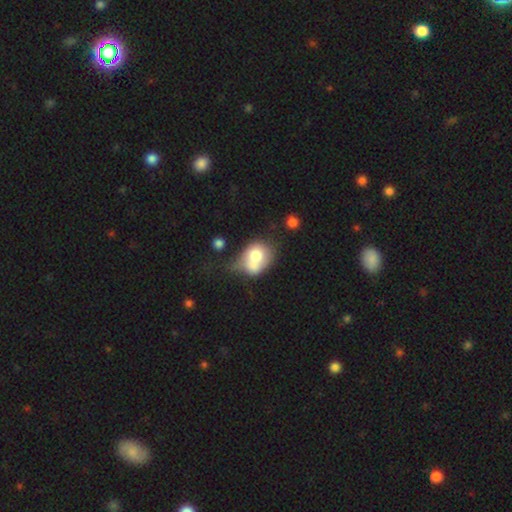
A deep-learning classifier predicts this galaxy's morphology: smooth 67%, featured or disk 23%, star or artifact 9%. Down the decision tree: how rounded — round (53%); merging — merger (50%).